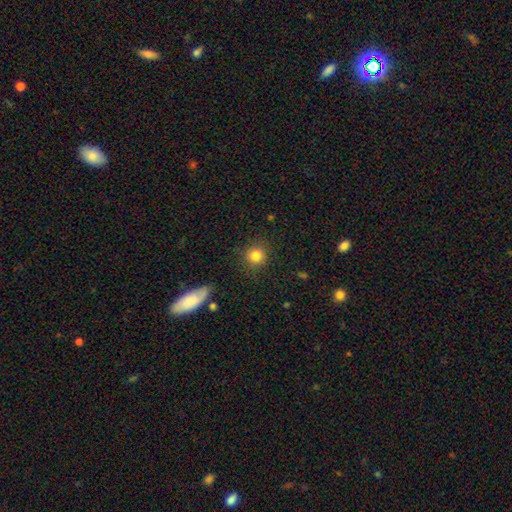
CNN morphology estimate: Smooth or featured?
  - smooth: 84% *
  - star or artifact: 11%
  - featured or disk: 5%
How rounded?
  - round: 91% *
  - in between: 8%
  - cigar-shaped: 1%
Merging?
  - none: 88% *
  - minor disturbance: 8%
  - major disturbance: 3%
  - merger: 2%